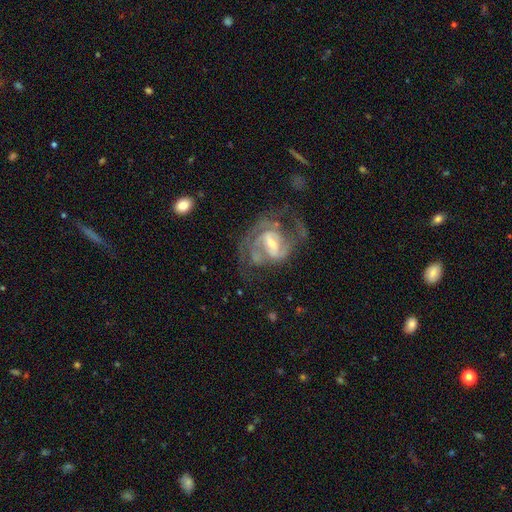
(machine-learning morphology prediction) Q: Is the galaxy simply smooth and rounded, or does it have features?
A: featured or disk — 87%.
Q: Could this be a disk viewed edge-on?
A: no — 97%.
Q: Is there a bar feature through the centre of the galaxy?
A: weak — 47%.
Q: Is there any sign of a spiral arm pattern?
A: yes — 94%.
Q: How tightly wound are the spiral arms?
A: medium — 48%.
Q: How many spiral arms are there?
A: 2 — 54%.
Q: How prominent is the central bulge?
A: moderate — 46%, tied with small.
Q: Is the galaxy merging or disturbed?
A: none — 53%.